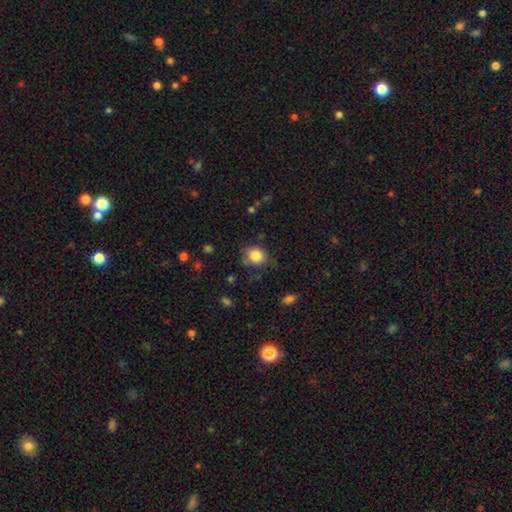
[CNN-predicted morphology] A smooth galaxy with no disk features (84%) that is round (74%). Merging: none (74%).